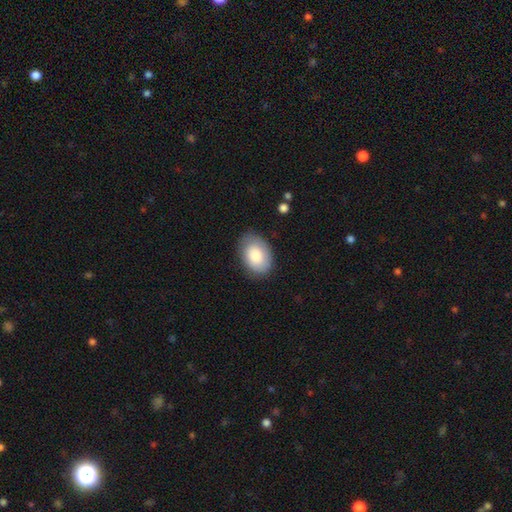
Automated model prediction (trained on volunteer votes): Overall: smooth (80%). How rounded: in between (84%). Merging: none (78%).